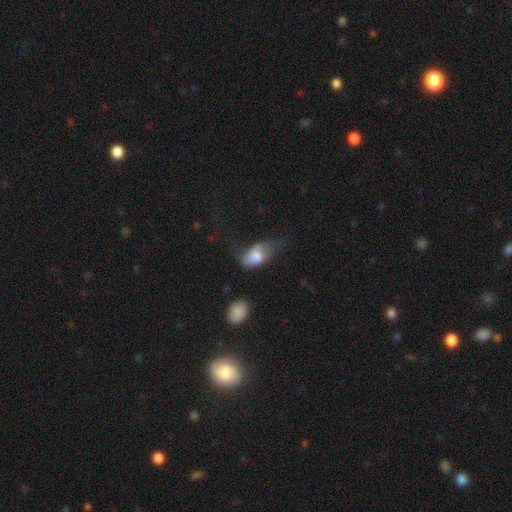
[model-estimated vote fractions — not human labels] smooth_or_featured: smooth (p=0.72) [alt: featured or disk p=0.21]
how_rounded: in between (p=0.88) [alt: round p=0.10]
merging: major disturbance (p=0.36) [alt: minor disturbance p=0.32]